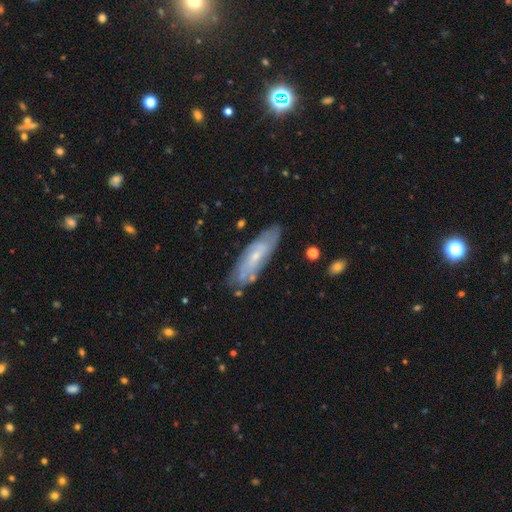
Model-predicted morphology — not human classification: This is likely a featured or disk galaxy (64%). It is likely not viewed edge-on (75%). Merging: likely none (79%).